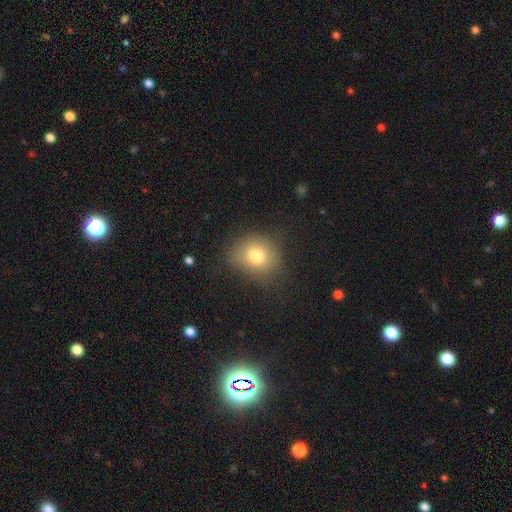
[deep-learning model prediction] This is likely a smooth galaxy (76%). How rounded: likely round (71%). Merging: likely none (72%).